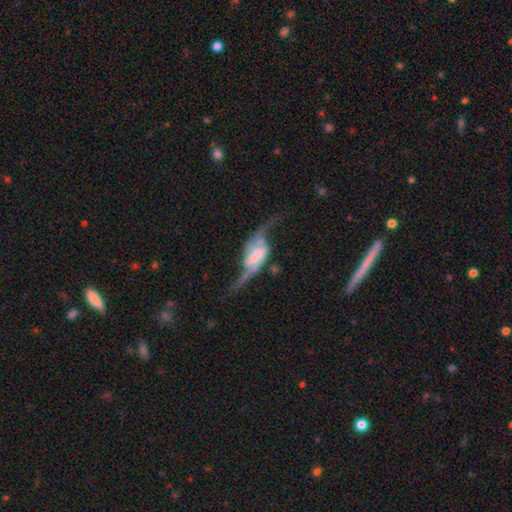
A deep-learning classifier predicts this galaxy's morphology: A featured or disk galaxy (86%) with a weak bar (40%), 2 (93%) loose (80%) spiral arms (95%) and no central bulge (33%).

Vote fractions:
- Smooth or featured? featured or disk: 86% / smooth: 8% / star or artifact: 6%
- Edge-on disk? no: 92% / yes: 8%
- Bar? weak: 40% / strong: 39% / no: 21%
- Spiral arms? yes: 95% / no: 5%
- Spiral winding? loose: 80% / medium: 16% / tight: 4%
- Spiral arm count? 2: 93% / can't tell: 2% / 1: 2% / 3: 1% / 4: 1% / more than 4: 1%
- Bulge size? none: 33% / small: 24% / moderate: 20% / large: 17% / dominant: 5%
- Merging? none: 55% / major disturbance: 20% / minor disturbance: 19% / merger: 5%